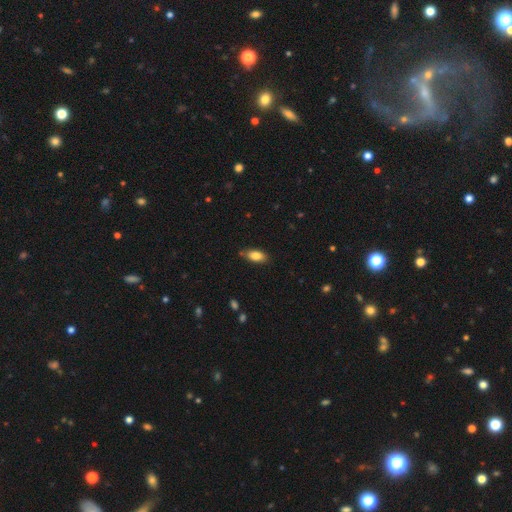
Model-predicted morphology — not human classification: A smooth galaxy with no disk features (84%) that is in between round and cigar-shaped (87%). Merging: none (79%).